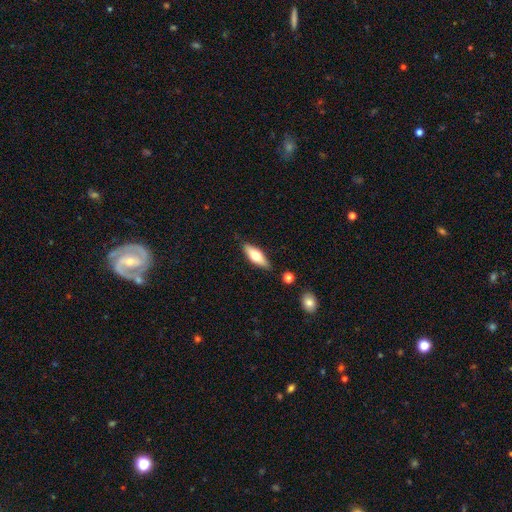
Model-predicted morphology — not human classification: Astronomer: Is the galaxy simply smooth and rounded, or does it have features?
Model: smooth — 63%.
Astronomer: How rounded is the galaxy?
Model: in between — 62%.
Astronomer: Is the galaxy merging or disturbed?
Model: none — 84%.